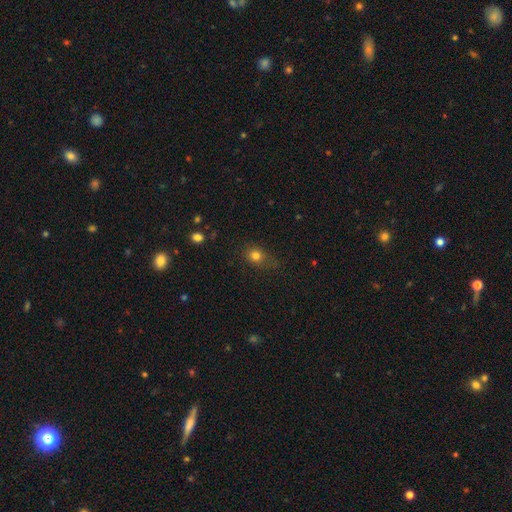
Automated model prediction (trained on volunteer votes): Q: Smooth or featured?
A: smooth (77%); runner-up: star or artifact (15%)
Q: How rounded?
A: round (69%); runner-up: in between (30%)
Q: Merging?
A: none (67%); runner-up: minor disturbance (23%)